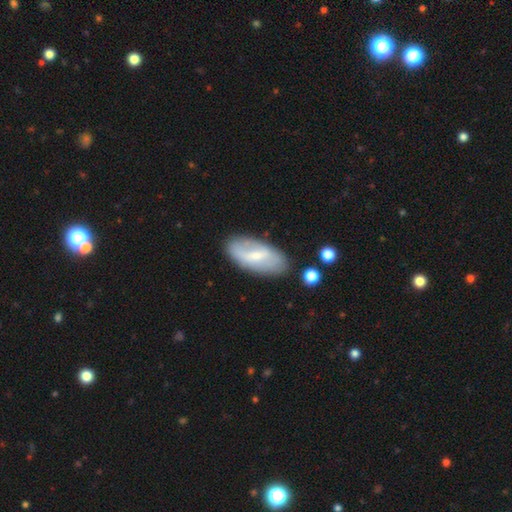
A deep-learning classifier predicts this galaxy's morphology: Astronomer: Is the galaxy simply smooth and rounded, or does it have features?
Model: featured or disk — 47% (runner-up: smooth, 46%).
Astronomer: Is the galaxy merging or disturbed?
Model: none — 77%.